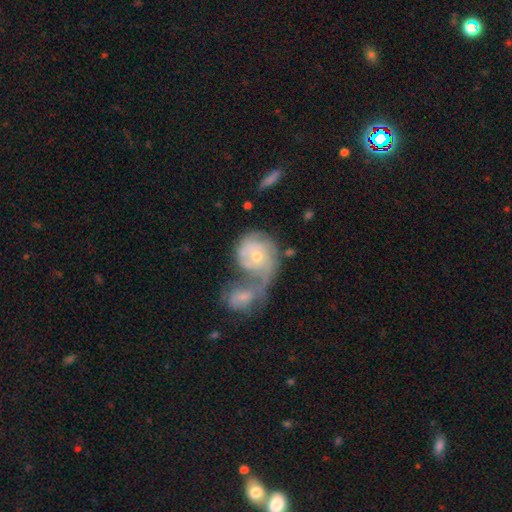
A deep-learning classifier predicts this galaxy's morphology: Smooth or featured?
  - featured or disk: 67% *
  - smooth: 27%
  - star or artifact: 6%
Edge-on disk?
  - no: 97% *
  - yes: 3%
Bar?
  - no: 78% *
  - weak: 18%
  - strong: 3%
Spiral arms?
  - yes: 77% *
  - no: 23%
Bulge size?
  - moderate: 48% *
  - small: 47%
  - large: 2%
  - none: 2%
  - dominant: 1%
Merging?
  - merger: 62% *
  - none: 17%
  - major disturbance: 11%
  - minor disturbance: 9%